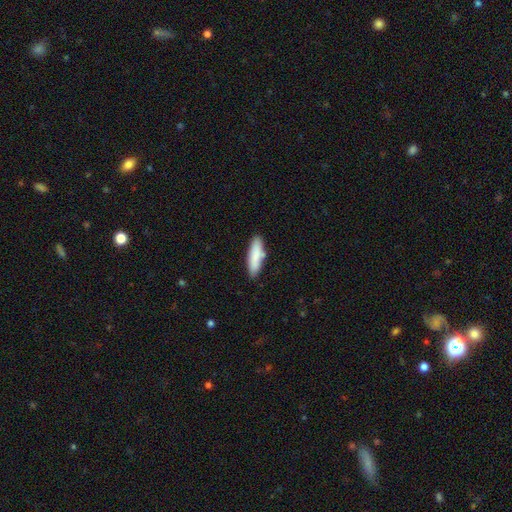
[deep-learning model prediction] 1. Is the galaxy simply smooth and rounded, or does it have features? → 84% smooth, 10% featured or disk, 6% star or artifact.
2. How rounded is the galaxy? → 60% cigar-shaped, 39% in between, 2% round.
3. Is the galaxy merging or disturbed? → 81% none, 12% minor disturbance, 4% merger, 2% major disturbance.